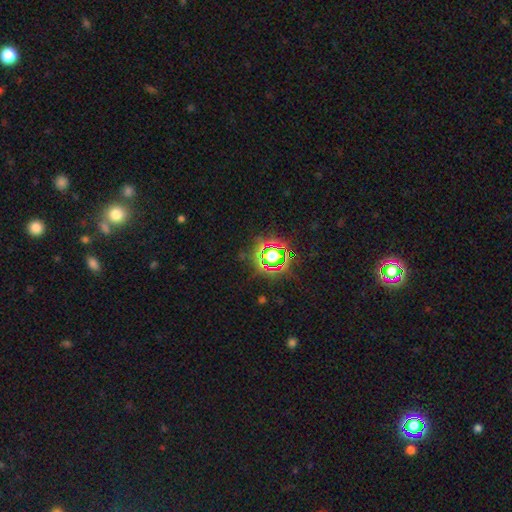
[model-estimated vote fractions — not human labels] This is likely a star or artifact rather than a galaxy (78%).